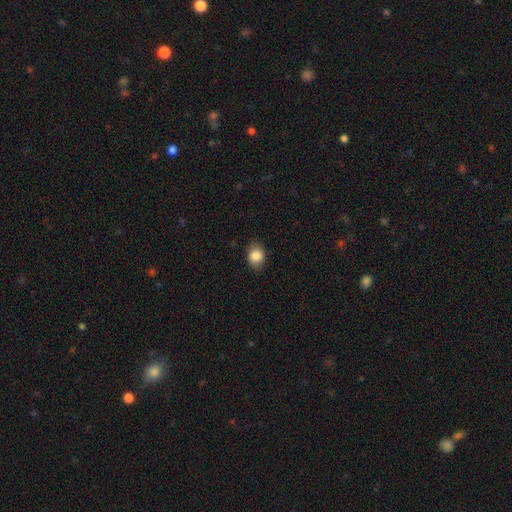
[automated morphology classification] smooth_or_featured: smooth (p=0.85) [alt: star or artifact p=0.09]
how_rounded: in between (p=0.57) [alt: round p=0.41]
merging: none (p=0.82) [alt: minor disturbance p=0.14]